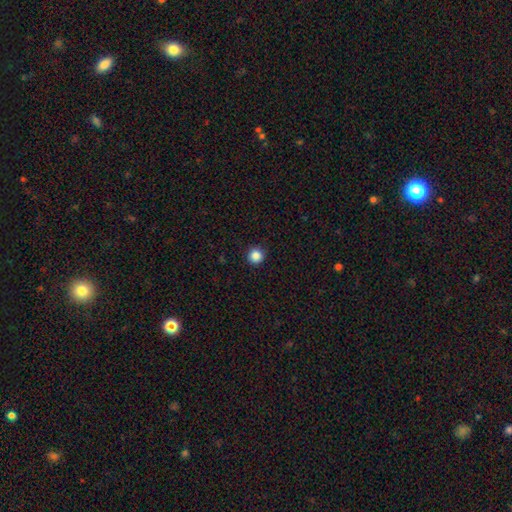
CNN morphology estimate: Smooth or featured?
  - smooth: 86% *
  - star or artifact: 11%
  - featured or disk: 3%
How rounded?
  - round: 96% *
  - in between: 3%
  - cigar-shaped: 1%
Merging?
  - none: 92% *
  - minor disturbance: 5%
  - major disturbance: 2%
  - merger: 1%